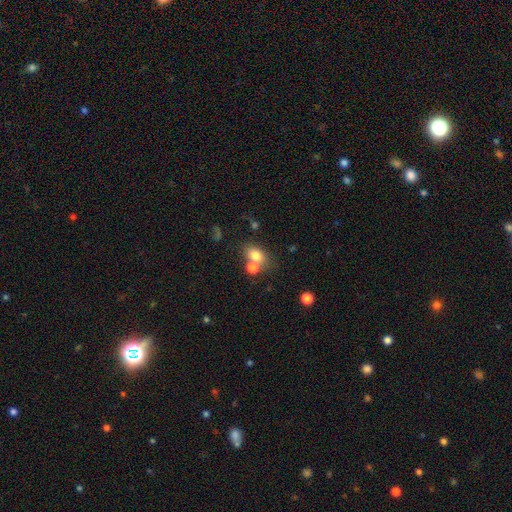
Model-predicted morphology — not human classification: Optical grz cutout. It shows a smooth galaxy with no disk features (77%) that is in between round and cigar-shaped (70%). Merging: none (51%).